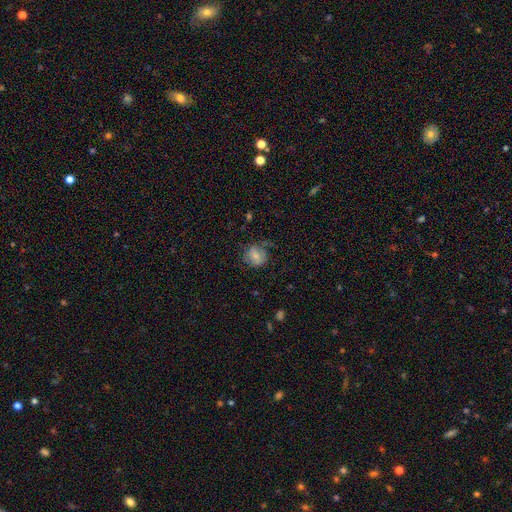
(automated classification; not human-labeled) Q: Smooth or featured?
A: smooth (70%); runner-up: featured or disk (21%)
Q: How rounded?
A: round (80%); runner-up: in between (19%)
Q: Merging?
A: none (67%); runner-up: minor disturbance (22%)